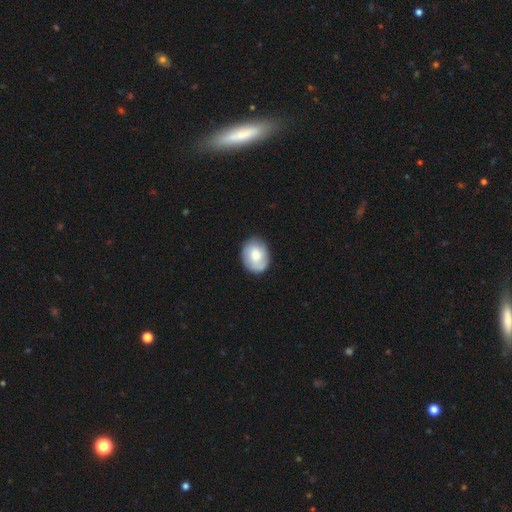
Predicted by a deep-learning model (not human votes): The model was most divided on "how rounded": in between: 53%, round: 46%, cigar-shaped: 1%. More confident: merging — none (78%); smooth or featured — smooth (70%).